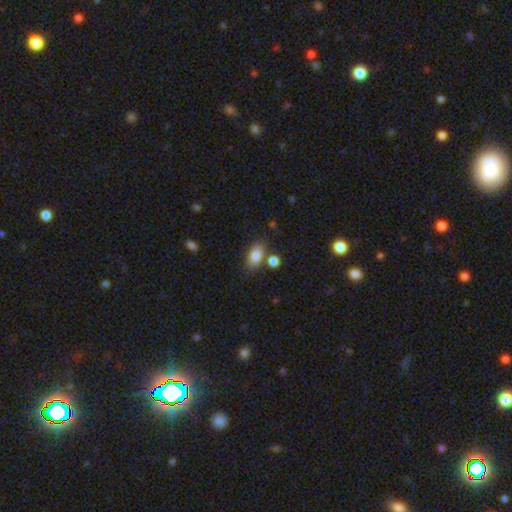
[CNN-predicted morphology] A smooth galaxy with no disk features (81%) that is in between round and cigar-shaped (88%).

Vote fractions:
- Smooth or featured? smooth: 81% / featured or disk: 10% / star or artifact: 8%
- How rounded? in between: 88% / round: 8% / cigar-shaped: 4%
- Merging? none: 73% / minor disturbance: 12% / merger: 11% / major disturbance: 3%